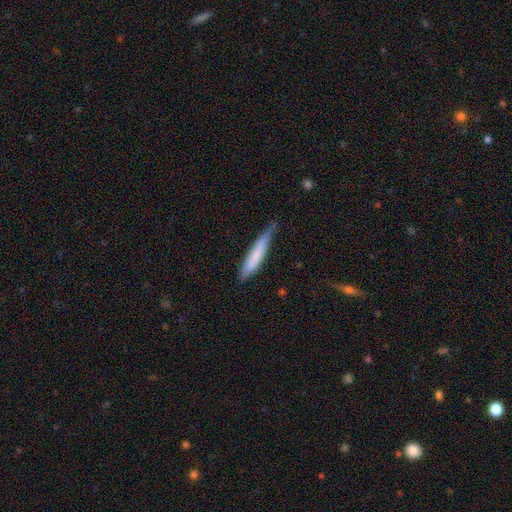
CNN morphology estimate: A smooth galaxy with no disk features (73%) that is cigar-shaped (91%).

Vote fractions:
- Smooth or featured? smooth: 73% / featured or disk: 22% / star or artifact: 5%
- How rounded? cigar-shaped: 91% / in between: 8% / round: 1%
- Merging? none: 57% / minor disturbance: 35% / major disturbance: 6% / merger: 2%